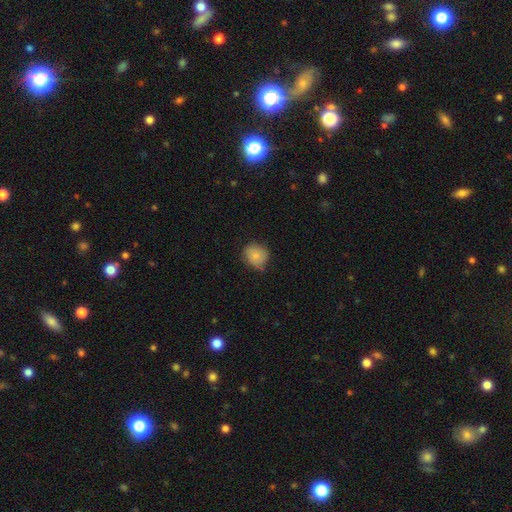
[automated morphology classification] A smooth galaxy with no disk features (80%) that is round (81%). Merging: none (67%).